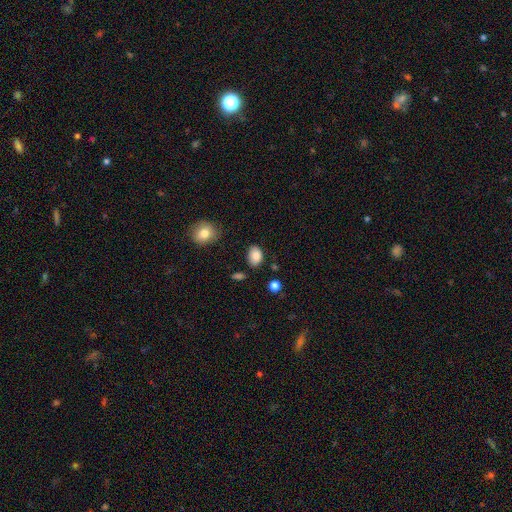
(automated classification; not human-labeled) A smooth galaxy with no disk features (85%) that is in between round and cigar-shaped (80%). Merging: none (82%).